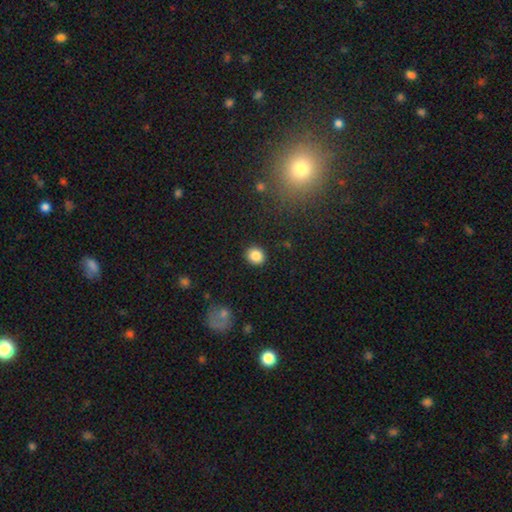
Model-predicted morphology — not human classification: Overall: smooth (86%). How rounded: round (79%). Merging: none (90%).